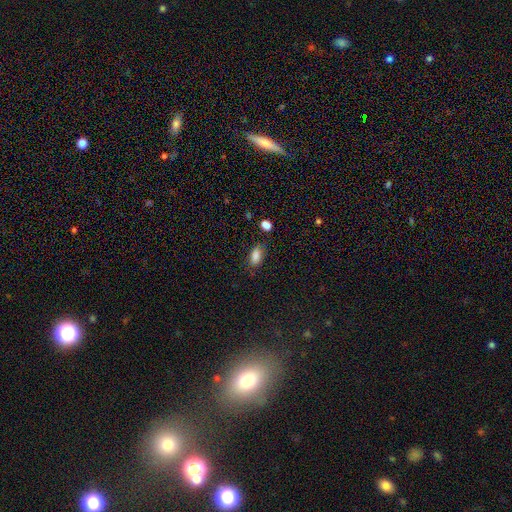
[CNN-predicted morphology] Overall: smooth (84%). How rounded: in between (88%). Merging: none (78%).